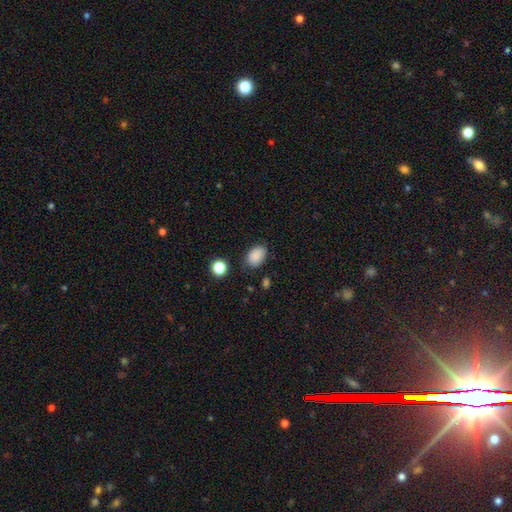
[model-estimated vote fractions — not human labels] Smooth or featured: smooth — 87% (star or artifact — 9%)
How rounded: in between — 83% (round — 16%)
Merging: none — 77% (minor disturbance — 17%)